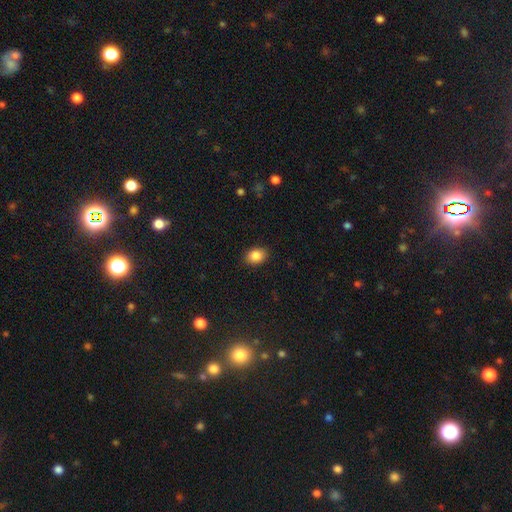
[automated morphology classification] Overall: smooth (87%). How rounded: in between (71%). Merging: none (89%).